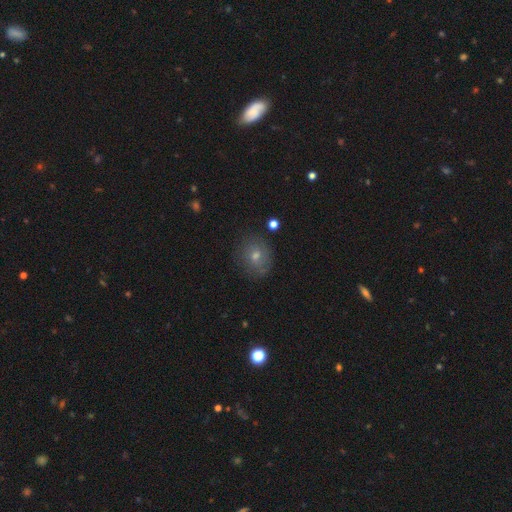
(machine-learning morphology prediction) smooth_or_featured: smooth (p=0.55) [alt: featured or disk p=0.24]
how_rounded: round (p=0.69) [alt: in between p=0.30]
merging: none (p=0.79) [alt: minor disturbance p=0.14]